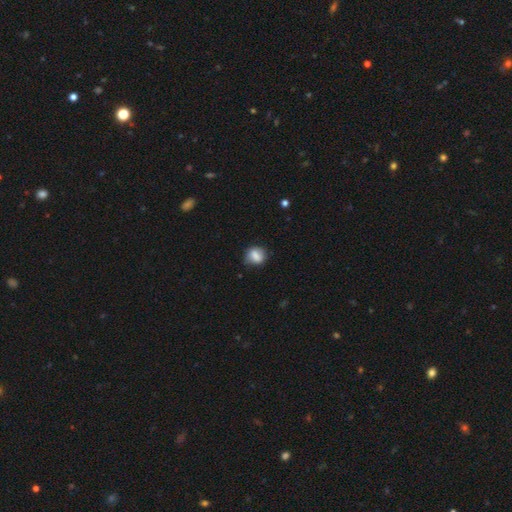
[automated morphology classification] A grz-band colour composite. It shows a smooth galaxy with no disk features (73%) that is round (58%). Merging: none (68%).